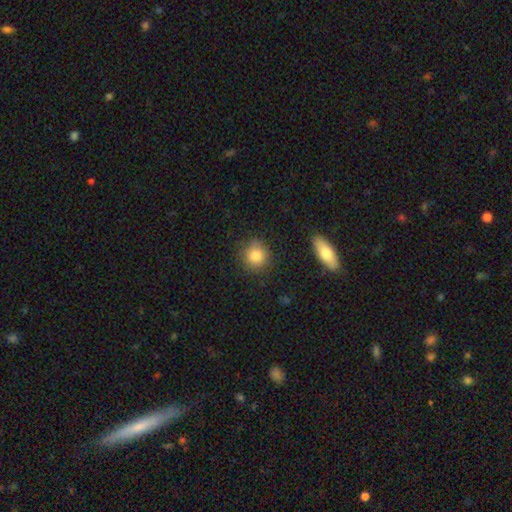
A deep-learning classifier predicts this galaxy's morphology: A smooth galaxy with no disk features (83%) that is round (89%). Merging: none (83%).